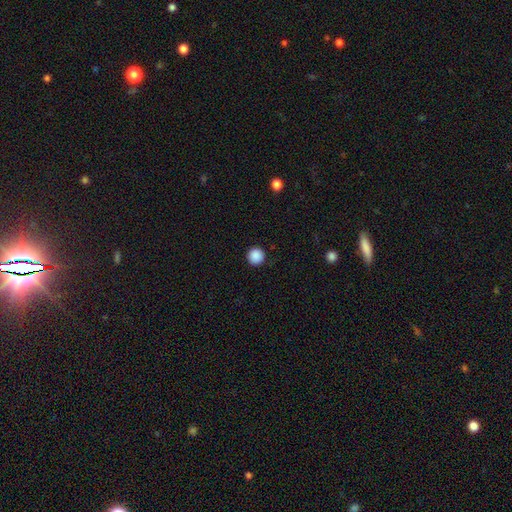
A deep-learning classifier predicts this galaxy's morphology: A smooth galaxy with no disk features (89%) that is round (96%). Merging: none (93%).